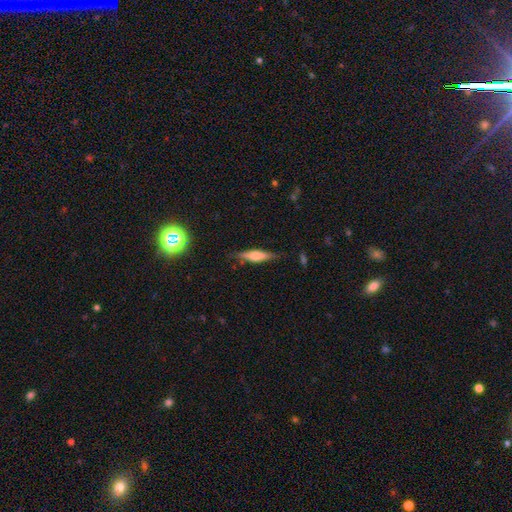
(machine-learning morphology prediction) smooth-or-featured: featured or disk: 48% | smooth: 44% | star or artifact: 8%
  merging: none: 80% | minor disturbance: 15% | major disturbance: 4% | merger: 2%